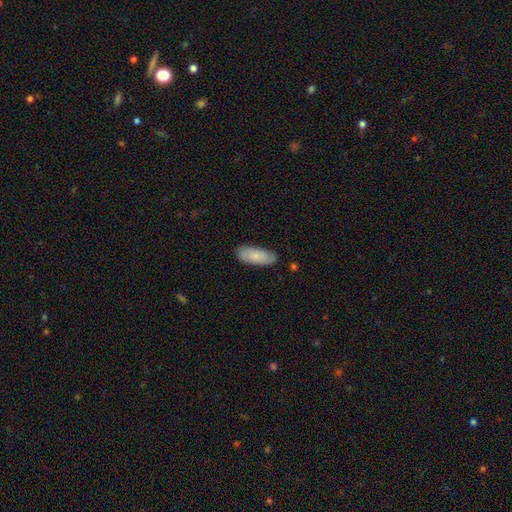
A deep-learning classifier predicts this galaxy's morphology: A smooth galaxy with no disk features (82%) that is in between round and cigar-shaped (80%). Merging: none (81%).